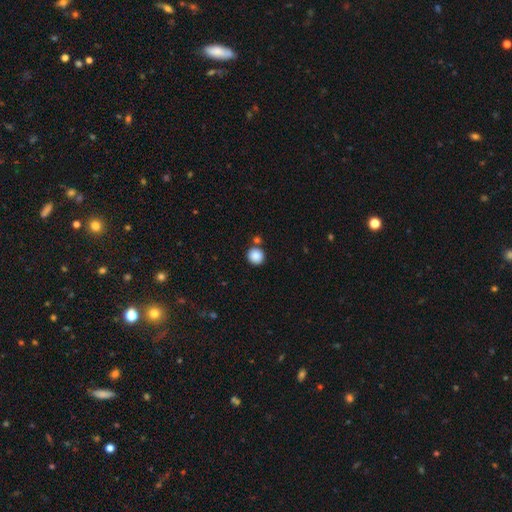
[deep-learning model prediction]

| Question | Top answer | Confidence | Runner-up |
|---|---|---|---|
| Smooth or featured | smooth | 88% | star or artifact (9%) |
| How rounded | round | 90% | in between (9%) |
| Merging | none | 78% | merger (11%) |